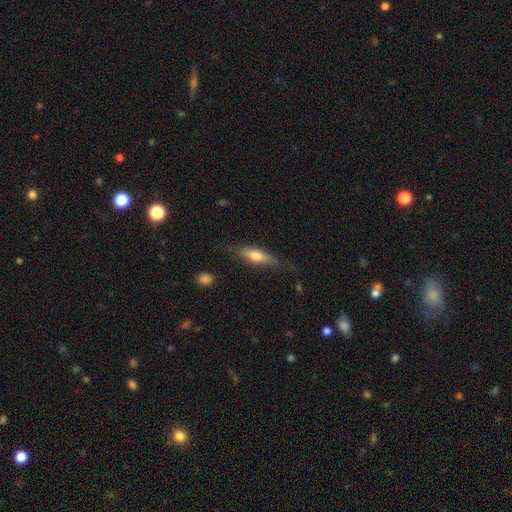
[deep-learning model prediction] Smooth or featured? Predicted: smooth (p=0.55). How rounded? Predicted: cigar-shaped (p=0.63). Merging? Predicted: none (p=0.75).